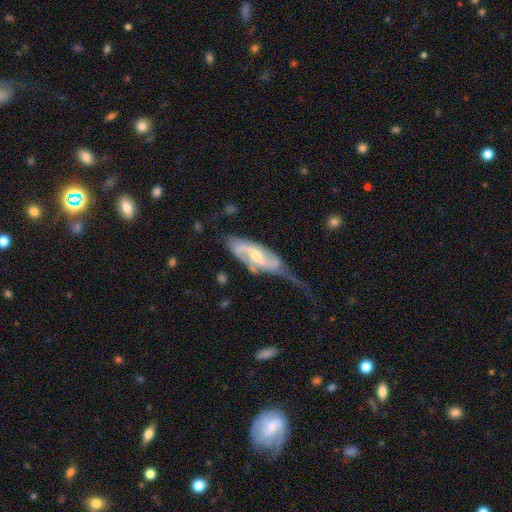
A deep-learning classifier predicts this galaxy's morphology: Smooth or featured? featured or disk (83%)
Edge-on disk? no (91%)
Bar? weak (45%)
Spiral arms? yes (94%)
Spiral winding? medium (41%)
Spiral arm count? 2 (84%)
Bulge size? moderate (51%)
Merging? major disturbance (34%)